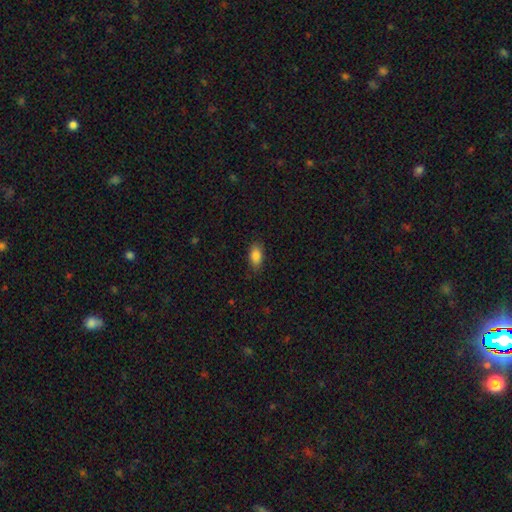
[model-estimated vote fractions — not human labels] smooth 86%, star or artifact 8%, featured or disk 6%. Down the decision tree: how rounded — in between (90%); merging — none (84%).